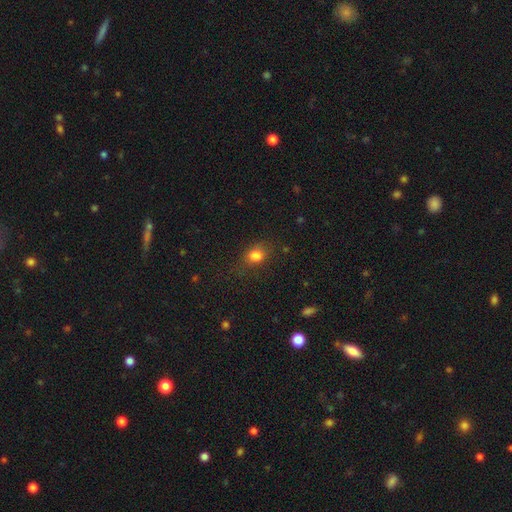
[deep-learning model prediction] smooth_or_featured: smooth (p=0.80) [alt: star or artifact p=0.12]
how_rounded: in between (p=0.58) [alt: round p=0.40]
merging: none (p=0.65) [alt: minor disturbance p=0.22]